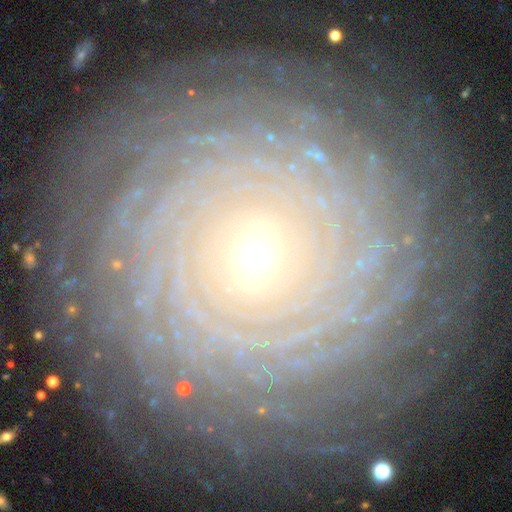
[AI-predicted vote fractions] A featured or disk galaxy (84%) with no bar (71%), more than 4 (45%) tight (92%) spiral arms (97%) and a small central bulge (73%).

Vote fractions:
- Smooth or featured? featured or disk: 84% / star or artifact: 8% / smooth: 8%
- Edge-on disk? no: 97% / yes: 3%
- Bar? no: 71% / weak: 19% / strong: 10%
- Spiral arms? yes: 97% / no: 3%
- Spiral winding? tight: 92% / medium: 6% / loose: 2%
- Spiral arm count? more than 4: 45% / can't tell: 21% / 4: 11% / 3: 8% / 2: 8% / 1: 7%
- Bulge size? small: 73% / moderate: 23% / large: 1% / dominant: 1% / none: 1%
- Merging? none: 87% / minor disturbance: 9% / major disturbance: 3% / merger: 1%